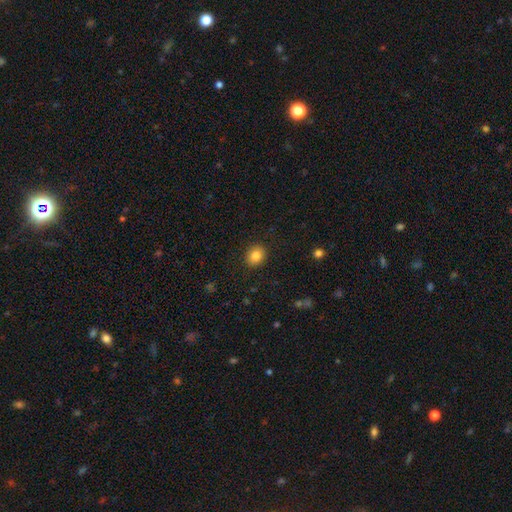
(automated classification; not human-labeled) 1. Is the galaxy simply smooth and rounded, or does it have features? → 84% smooth, 10% star or artifact, 6% featured or disk.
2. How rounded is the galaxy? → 67% round, 32% in between, 1% cigar-shaped.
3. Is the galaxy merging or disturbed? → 90% none, 7% minor disturbance, 2% major disturbance, 1% merger.